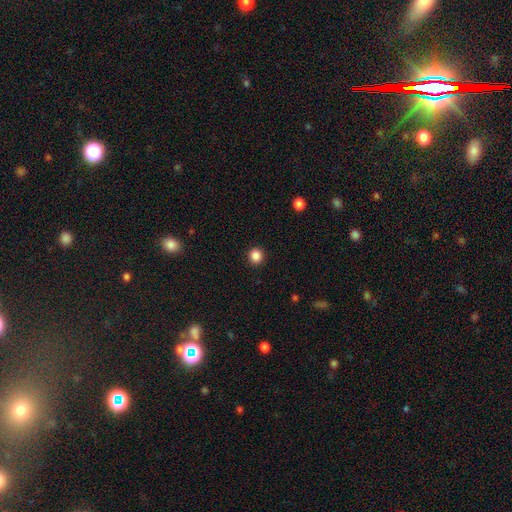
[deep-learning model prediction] smooth_or_featured: smooth (p=0.86) [alt: star or artifact p=0.11]
how_rounded: round (p=0.93) [alt: in between p=0.06]
merging: none (p=0.93) [alt: minor disturbance p=0.04]